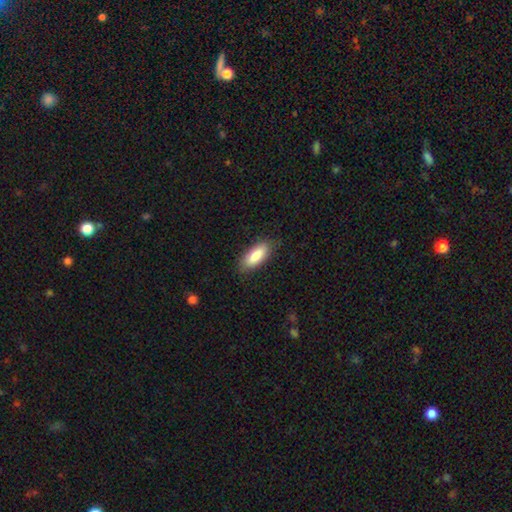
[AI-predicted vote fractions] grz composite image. It shows a smooth galaxy with no disk features (86%) that is in between round and cigar-shaped (75%). Merging: none (83%).